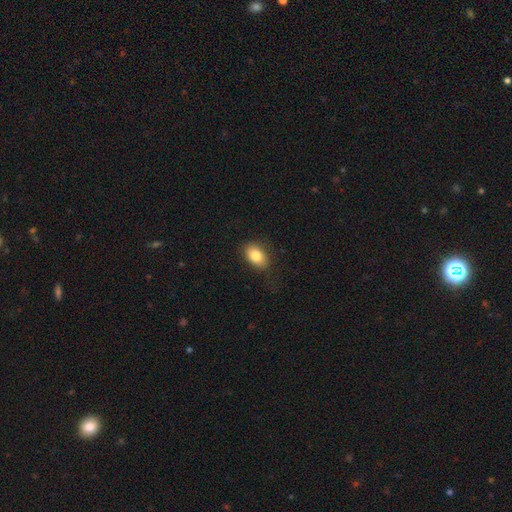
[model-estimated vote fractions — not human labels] Q: Smooth or featured?
A: smooth (83%); runner-up: featured or disk (9%)
Q: How rounded?
A: in between (86%); runner-up: round (12%)
Q: Merging?
A: none (81%); runner-up: minor disturbance (14%)